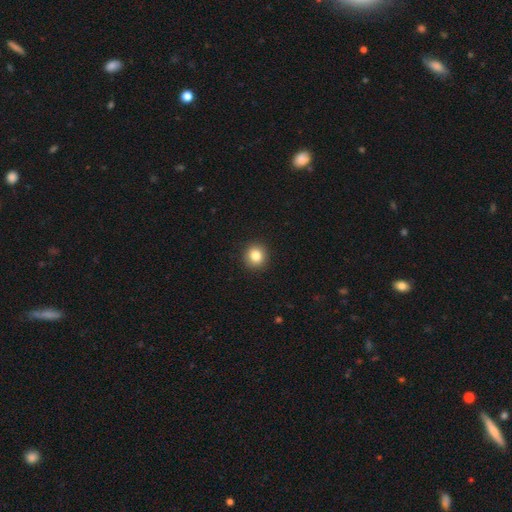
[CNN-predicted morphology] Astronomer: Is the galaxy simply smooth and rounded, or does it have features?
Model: smooth — 84%.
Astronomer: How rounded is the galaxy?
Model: round — 91%.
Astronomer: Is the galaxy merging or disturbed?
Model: none — 93%.